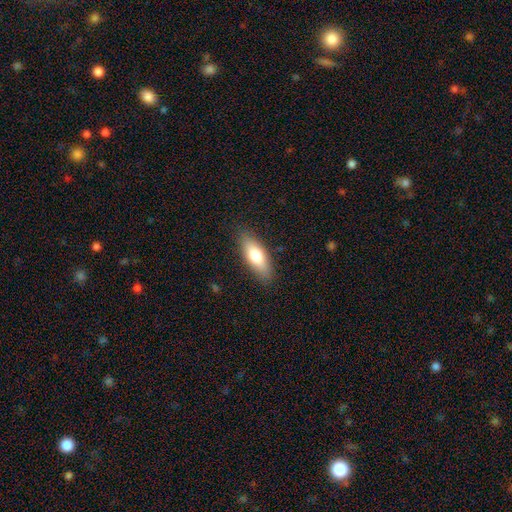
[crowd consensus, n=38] Smooth or featured: smooth — 76% (featured or disk — 21%)
How rounded: in between — 69% (cigar-shaped — 31%)
Merging: none — 89% (minor disturbance — 11%)